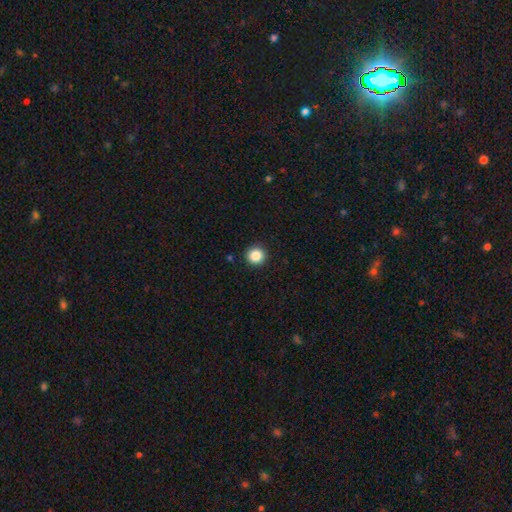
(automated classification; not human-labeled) Smooth or featured? smooth (87%)
How rounded? round (95%)
Merging? none (92%)